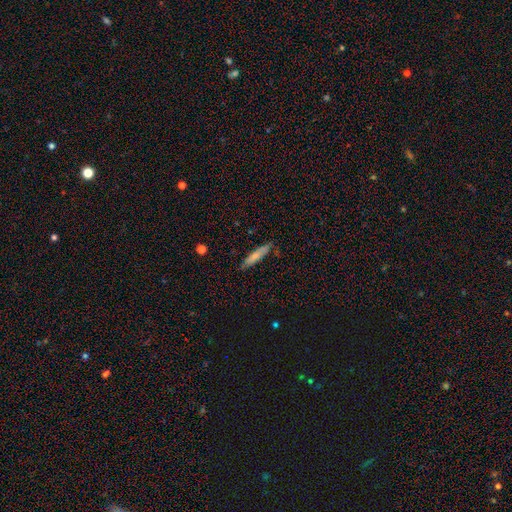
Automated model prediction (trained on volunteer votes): This appears to be a smooth galaxy with no disk features (67%) that is cigar-shaped (84%). Merging: none (83%).